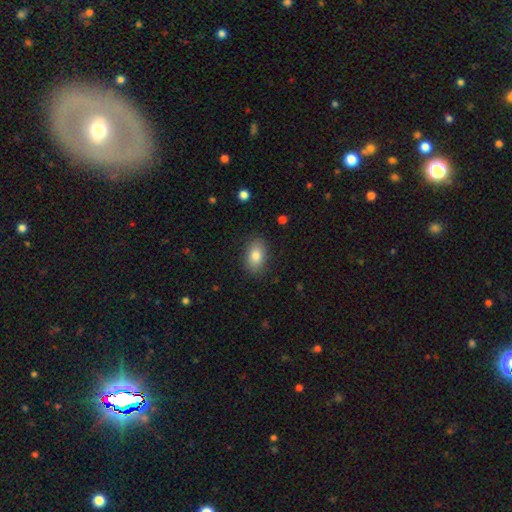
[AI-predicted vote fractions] The model was most divided on "smooth or featured": smooth: 83%, featured or disk: 10%, star or artifact: 8%. More confident: how rounded — in between (89%); merging — none (85%).